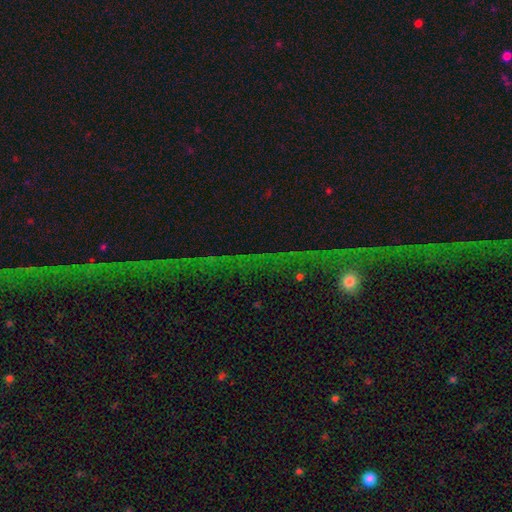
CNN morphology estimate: smooth-or-featured: star or artifact: 68% | featured or disk: 17% | smooth: 15%